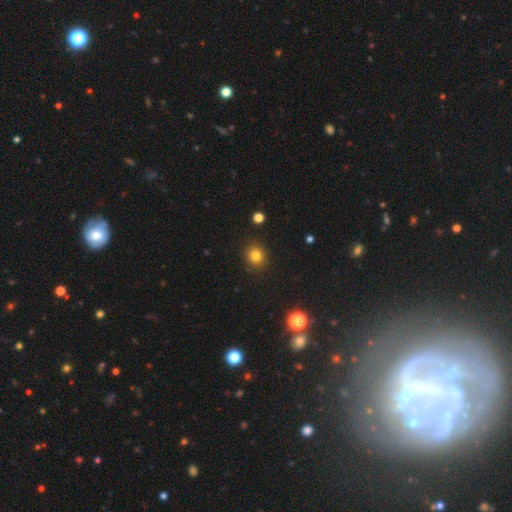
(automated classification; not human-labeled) A smooth galaxy with no disk features (81%) that is round (85%).

Vote fractions:
- Smooth or featured? smooth: 81% / star or artifact: 14% / featured or disk: 6%
- How rounded? round: 85% / in between: 14% / cigar-shaped: 1%
- Merging? none: 90% / minor disturbance: 7% / major disturbance: 2% / merger: 1%